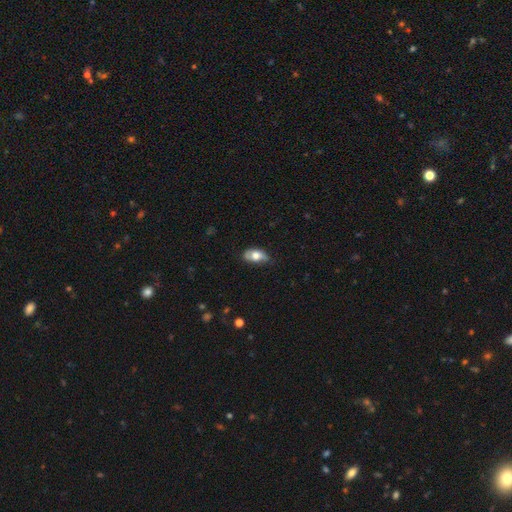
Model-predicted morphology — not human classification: smooth 65%, featured or disk 28%, star or artifact 7%. Down the decision tree: how rounded — in between (90%); merging — none (59%).